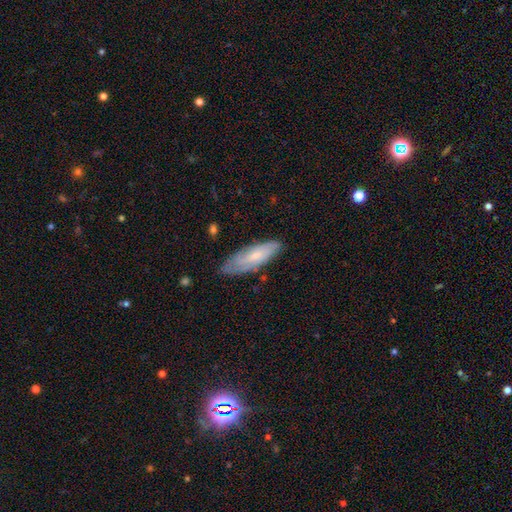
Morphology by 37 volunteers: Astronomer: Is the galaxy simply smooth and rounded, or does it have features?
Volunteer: featured or disk — 73%.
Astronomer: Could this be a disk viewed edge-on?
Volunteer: no — 74%.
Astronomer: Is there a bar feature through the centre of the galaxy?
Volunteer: no — 75%.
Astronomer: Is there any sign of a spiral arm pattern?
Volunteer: yes — 90%.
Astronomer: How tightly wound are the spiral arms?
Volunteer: tight — 72%.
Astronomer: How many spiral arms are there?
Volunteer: can't tell — 50%.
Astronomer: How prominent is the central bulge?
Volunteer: small — 50% (runner-up: moderate, 45%).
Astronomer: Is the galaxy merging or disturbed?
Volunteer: none — 81%.